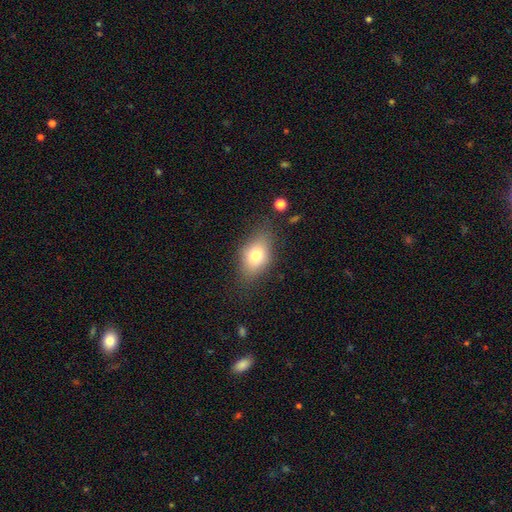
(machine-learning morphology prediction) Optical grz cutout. It shows a smooth galaxy with no disk features (75%) that is in between round and cigar-shaped (78%). Merging: none (73%).